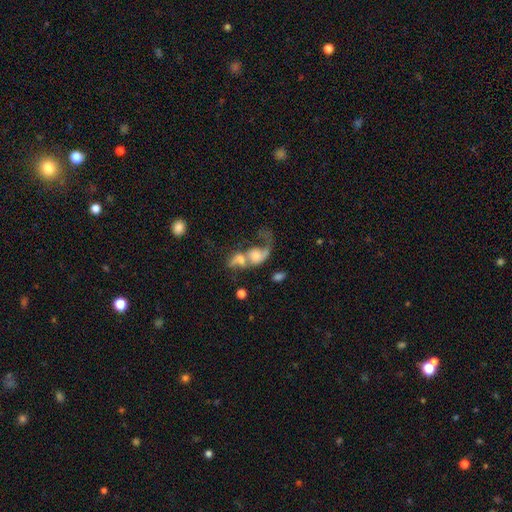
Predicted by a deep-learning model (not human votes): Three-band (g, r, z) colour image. It shows a featured or disk galaxy (56%) with no bar (72%), spiral arms (68%) and a moderate central bulge (39%). Merging: merger (65%).